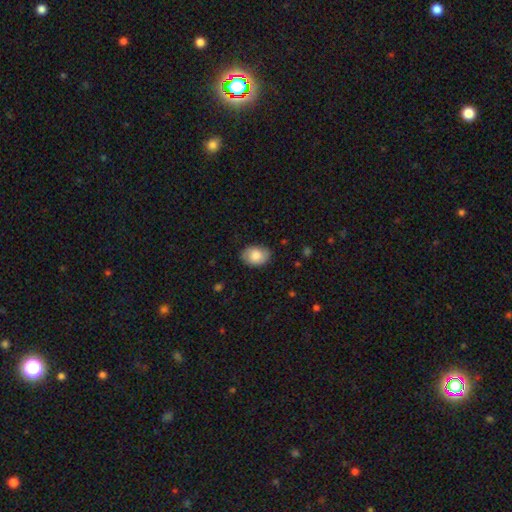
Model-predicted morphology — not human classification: This is likely a smooth galaxy (79%). How rounded: likely in between (79%). Merging: clearly none (81%).